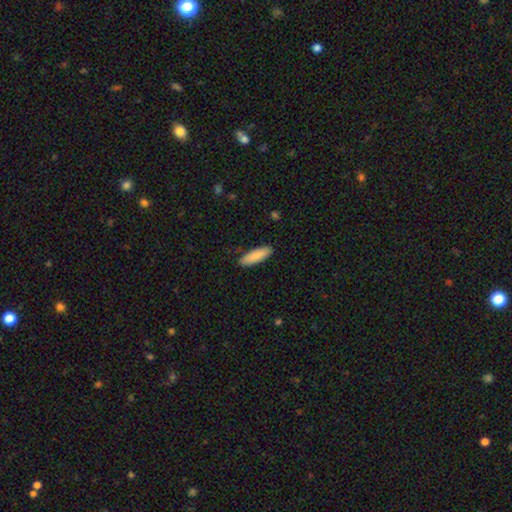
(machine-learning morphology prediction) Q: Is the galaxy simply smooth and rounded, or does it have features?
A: smooth — 87%.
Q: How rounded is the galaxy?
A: cigar-shaped — 53%.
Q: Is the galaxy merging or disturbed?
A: none — 89%.